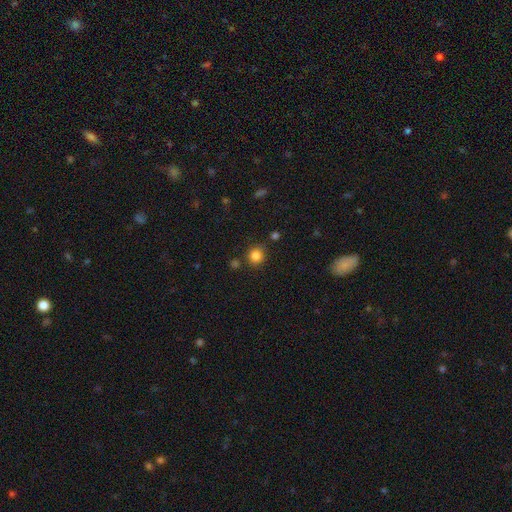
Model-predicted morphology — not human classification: type=smooth (84%); roundness=round (89%); merging=none (82%).